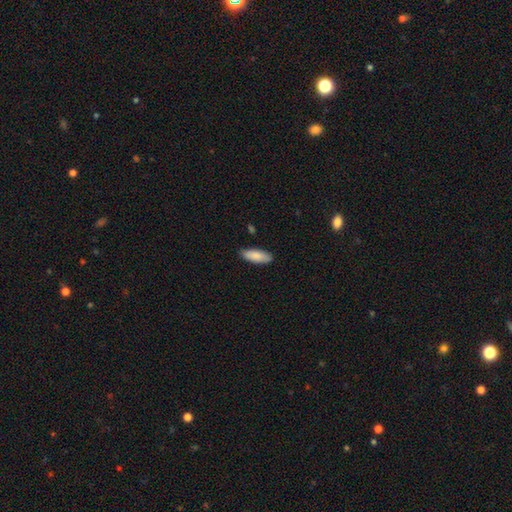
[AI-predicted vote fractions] A smooth galaxy with no disk features (86%) that is in between round and cigar-shaped (69%). Merging: none (86%).